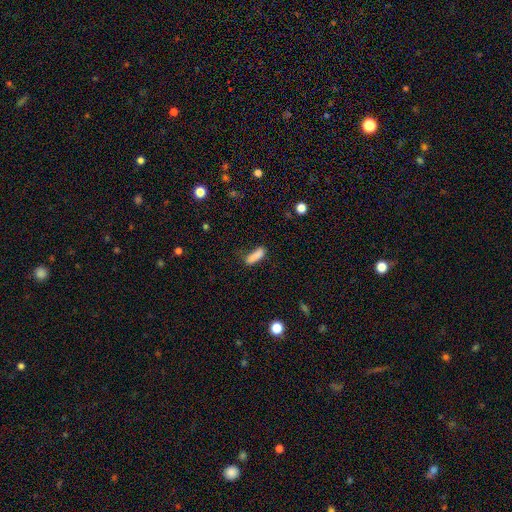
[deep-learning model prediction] Smooth or featured: smooth — 85% (star or artifact — 8%)
How rounded: cigar-shaped — 62% (in between — 36%)
Merging: none — 68% (minor disturbance — 22%)